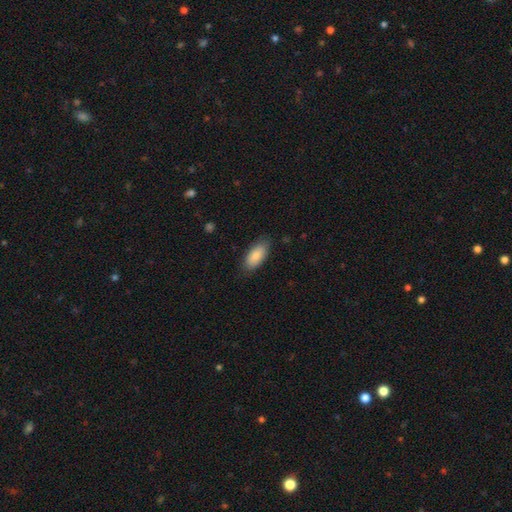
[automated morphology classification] The model was most divided on "merging": none: 81%, minor disturbance: 15%, major disturbance: 3%, merger: 1%. More confident: how rounded — in between (89%); smooth or featured — smooth (85%).